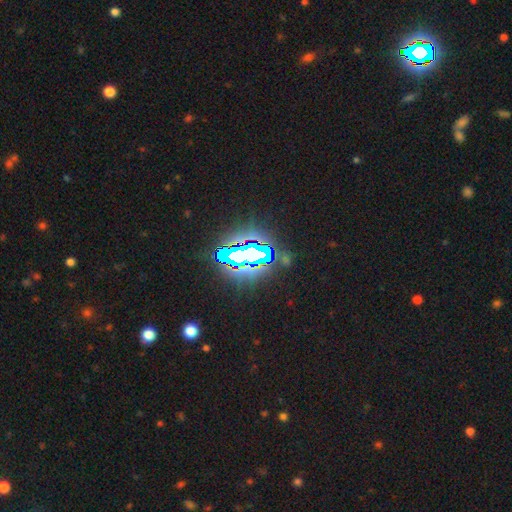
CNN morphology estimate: star or artifact 68%, smooth 17%, featured or disk 15%.